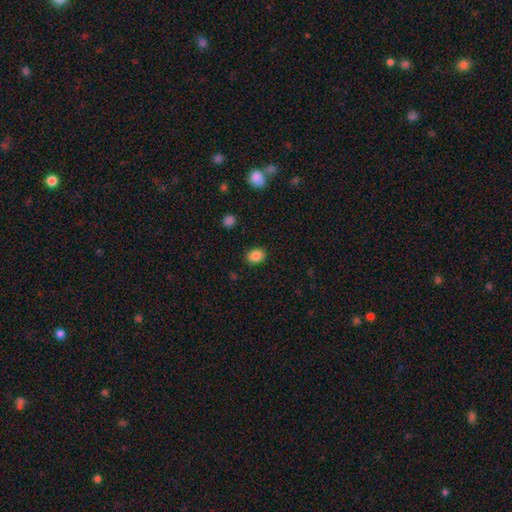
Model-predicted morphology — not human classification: smooth_or_featured: smooth (p=0.87) [alt: star or artifact p=0.09]
how_rounded: in between (p=0.58) [alt: round p=0.41]
merging: none (p=0.87) [alt: minor disturbance p=0.09]